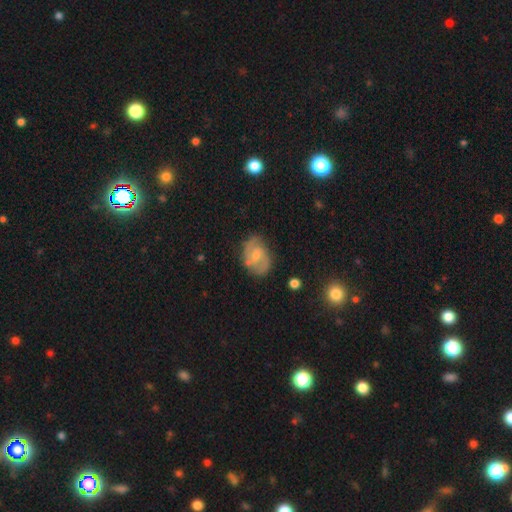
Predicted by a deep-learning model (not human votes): This is likely a featured or disk galaxy (75%). It is clearly not viewed edge-on (97%). Bar: possibly weak (57%). Spiral arm pattern: clearly yes (91%). Spiral arm count: clearly 2 (85%). Spiral winding: possibly medium (53%). Central bulge: possibly small (53%). Merging: likely none (74%).